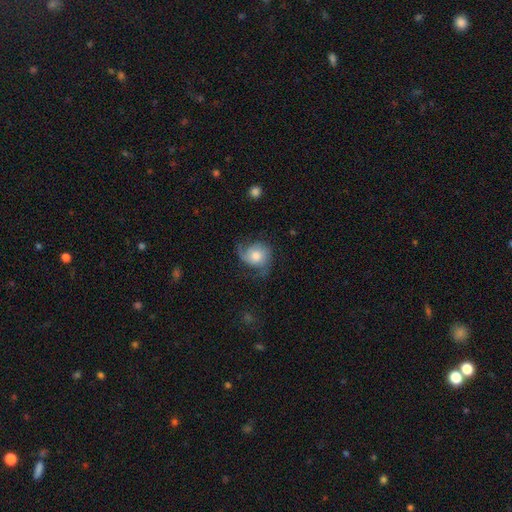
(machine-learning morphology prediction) featured or disk 59%, smooth 33%, star or artifact 8%. Down the decision tree: edge-on disk — no (97%); bar — no (75%); spiral arms — yes (91%); spiral arm count — 2 (52%); spiral winding — medium (41%); bulge size — moderate (57%); merging — none (52%).